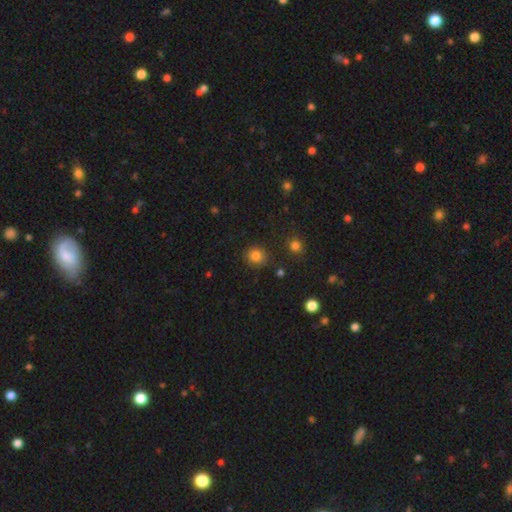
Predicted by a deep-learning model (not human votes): Smooth or featured?
  - smooth: 82% *
  - star or artifact: 13%
  - featured or disk: 5%
How rounded?
  - round: 87% *
  - in between: 12%
  - cigar-shaped: 1%
Merging?
  - none: 84% *
  - minor disturbance: 10%
  - merger: 3%
  - major disturbance: 3%